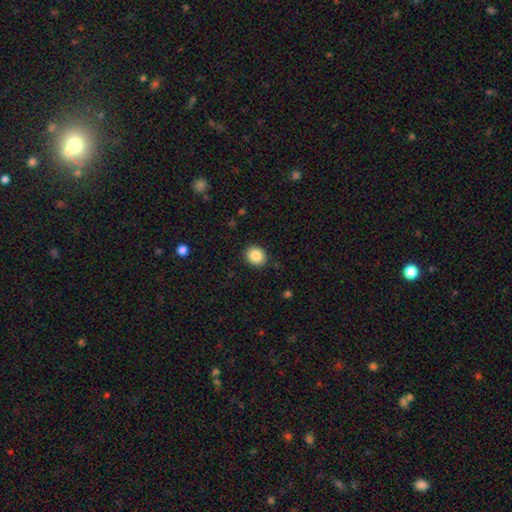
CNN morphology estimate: smooth-or-featured: smooth: 87% | star or artifact: 9% | featured or disk: 4%
  how-rounded: round: 72% | in between: 27% | cigar-shaped: 1%
  merging: none: 89% | minor disturbance: 8% | major disturbance: 2% | merger: 1%